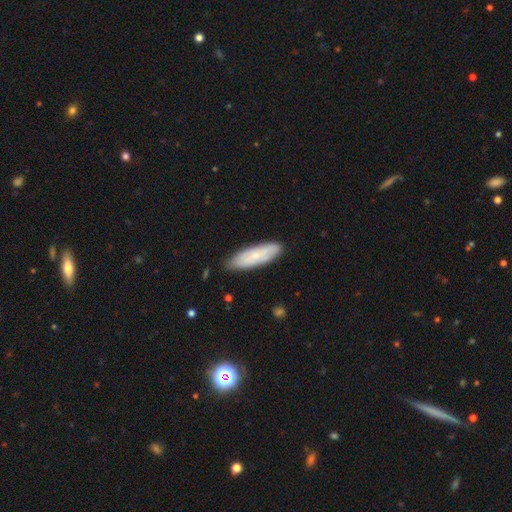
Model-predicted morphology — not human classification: smooth_or_featured: smooth (p=0.59) [alt: featured or disk p=0.35]
how_rounded: cigar-shaped (p=0.51) [alt: in between p=0.47]
merging: none (p=0.80) [alt: minor disturbance p=0.16]